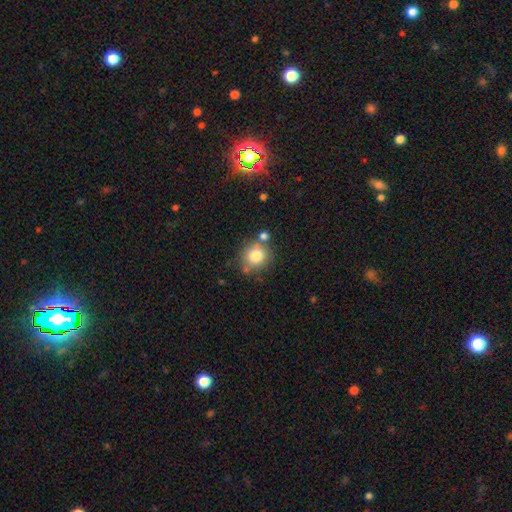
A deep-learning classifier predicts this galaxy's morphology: smooth-or-featured: smooth: 79% | featured or disk: 11% | star or artifact: 11%
  how-rounded: round: 84% | in between: 15% | cigar-shaped: 1%
  merging: none: 69% | merger: 14% | minor disturbance: 13% | major disturbance: 4%